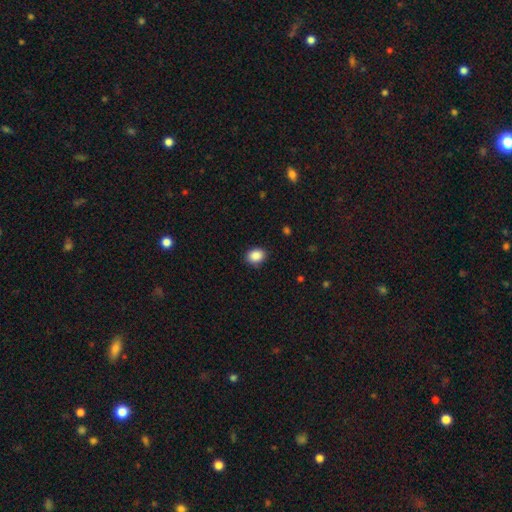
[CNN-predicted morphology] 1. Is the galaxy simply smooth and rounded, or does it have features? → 89% smooth, 8% star or artifact, 3% featured or disk.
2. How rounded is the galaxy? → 52% in between, 47% round, 1% cigar-shaped.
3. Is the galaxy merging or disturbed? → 87% none, 10% minor disturbance, 2% major disturbance, 1% merger.